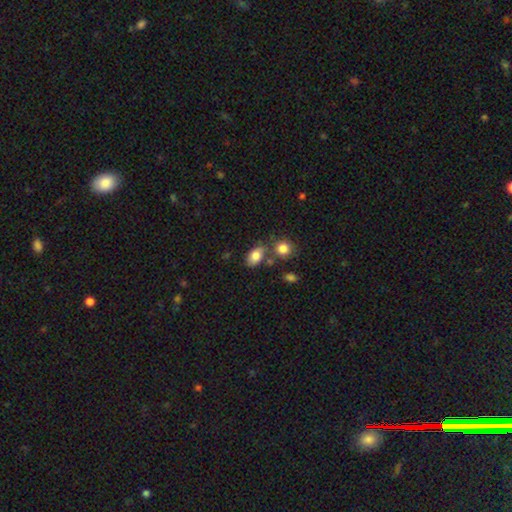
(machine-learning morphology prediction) type=smooth (81%); roundness=in between (87%); merging=none (61%).